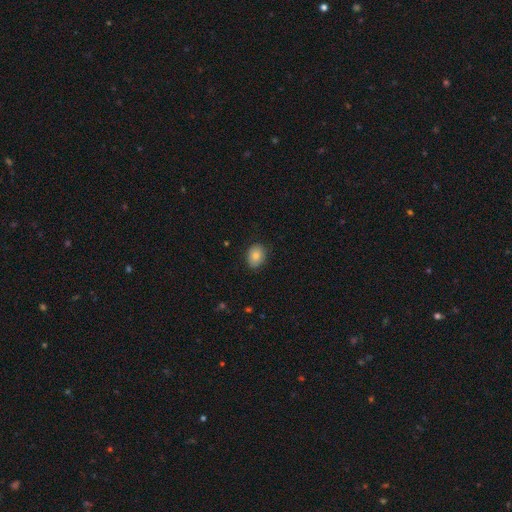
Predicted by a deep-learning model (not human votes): smooth-or-featured: smooth: 81% | featured or disk: 10% | star or artifact: 9%
  how-rounded: in between: 58% | round: 41% | cigar-shaped: 1%
  merging: none: 85% | minor disturbance: 11% | major disturbance: 2% | merger: 1%